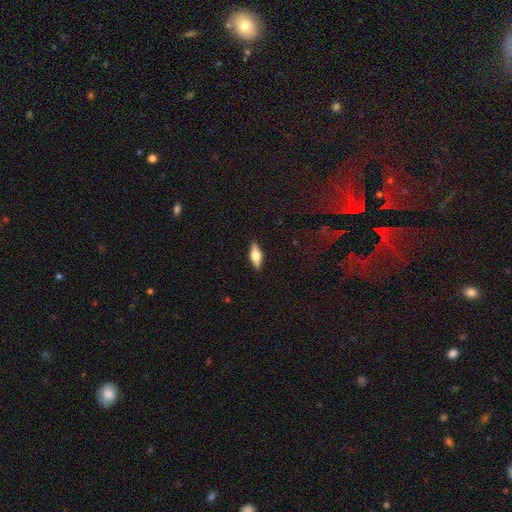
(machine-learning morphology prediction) Smooth or featured? featured or disk (50%)
Merging? none (89%)